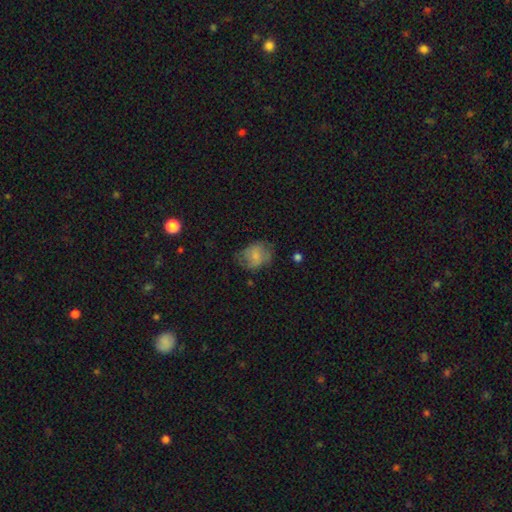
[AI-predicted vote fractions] smooth 63%, featured or disk 28%, star or artifact 9%. Down the decision tree: how rounded — in between (53%); merging — none (51%).